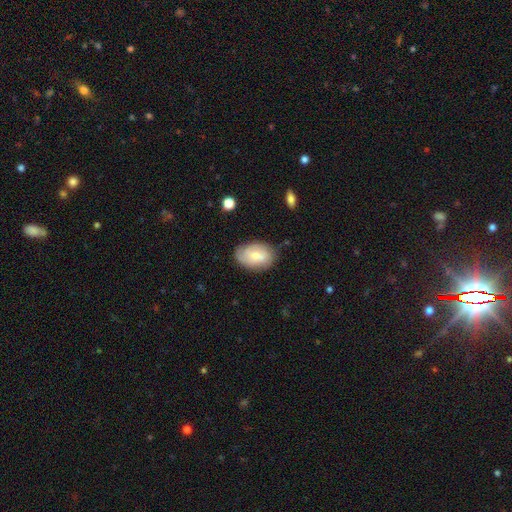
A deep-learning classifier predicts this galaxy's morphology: Smooth or featured?
  - featured or disk: 48% *
  - smooth: 45%
  - star or artifact: 7%
Merging?
  - none: 72% *
  - minor disturbance: 20%
  - major disturbance: 5%
  - merger: 3%